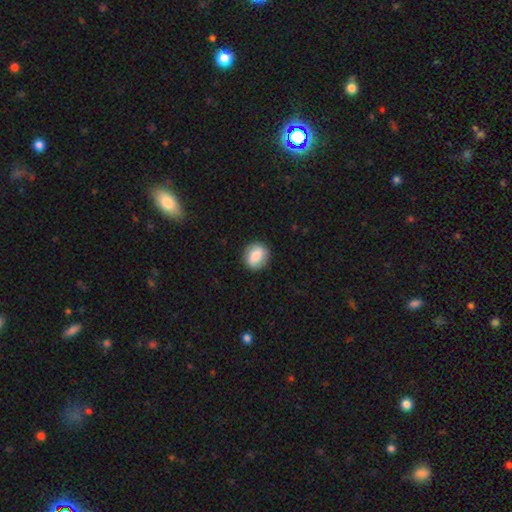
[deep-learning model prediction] Smooth or featured: smooth — 78% (featured or disk — 14%)
How rounded: round — 69% (in between — 29%)
Merging: none — 87% (minor disturbance — 10%)